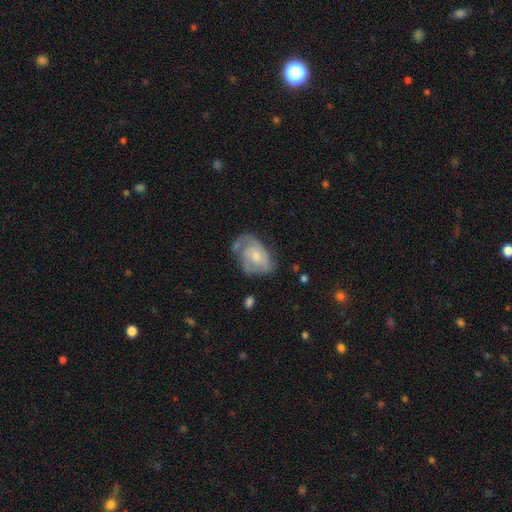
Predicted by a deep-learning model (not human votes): featured or disk 78%, smooth 17%, star or artifact 6%. Down the decision tree: edge-on disk — no (97%); bar — no (60%); spiral arms — yes (92%); spiral arm count — 2 (52%); spiral winding — tight (48%); bulge size — small (45%, tied with moderate); merging — none (54%).